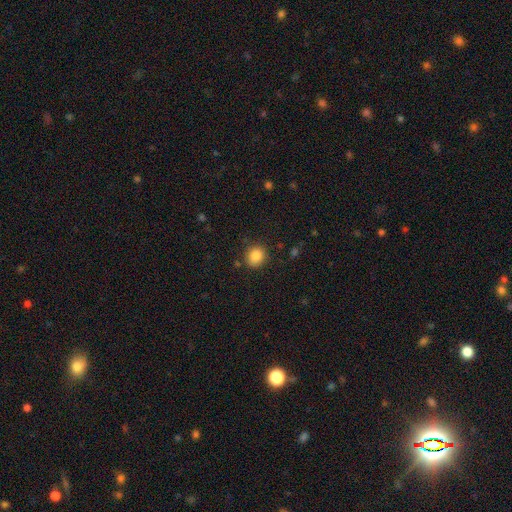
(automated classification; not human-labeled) smooth 84%, star or artifact 10%, featured or disk 5%. Down the decision tree: how rounded — round (80%); merging — none (85%).